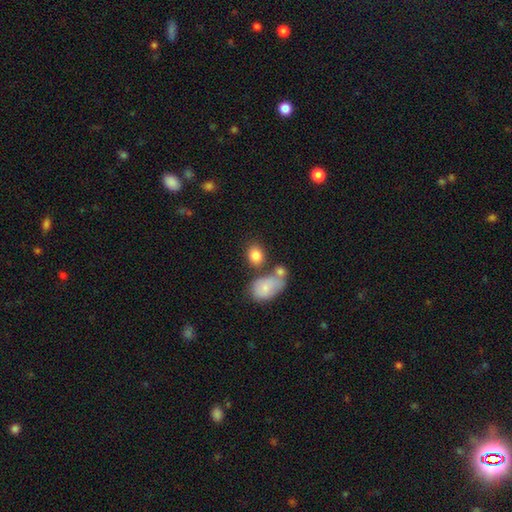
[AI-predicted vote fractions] Smooth or featured? Predicted: smooth (p=0.83). How rounded? Predicted: in between (p=0.55). Merging? Predicted: none (p=0.61).